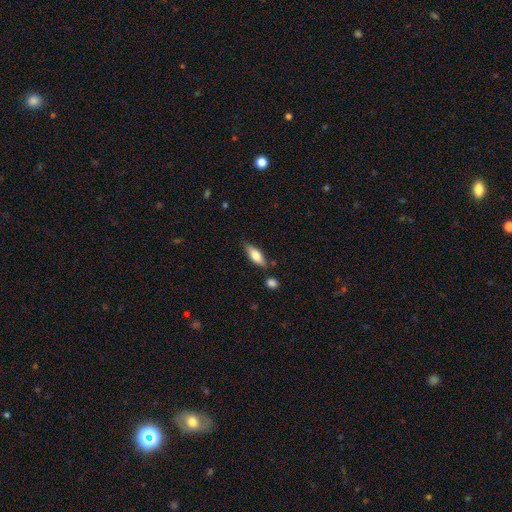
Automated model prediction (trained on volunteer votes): This is likely a smooth galaxy (68%). How rounded: likely in between (67%). Merging: likely none (74%).